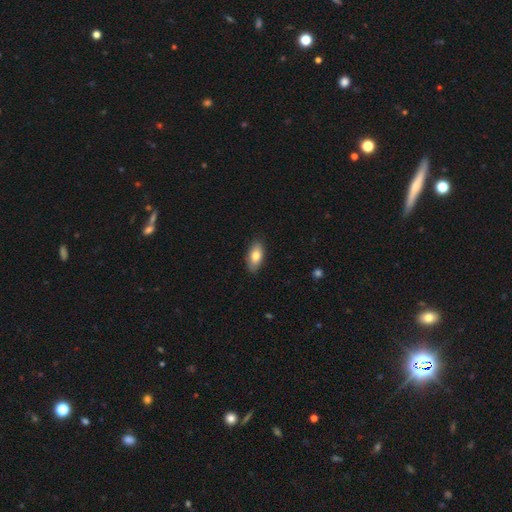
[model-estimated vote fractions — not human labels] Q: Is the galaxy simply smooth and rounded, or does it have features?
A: smooth — 79%.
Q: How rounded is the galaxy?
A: in between — 89%.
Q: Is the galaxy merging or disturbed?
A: none — 87%.